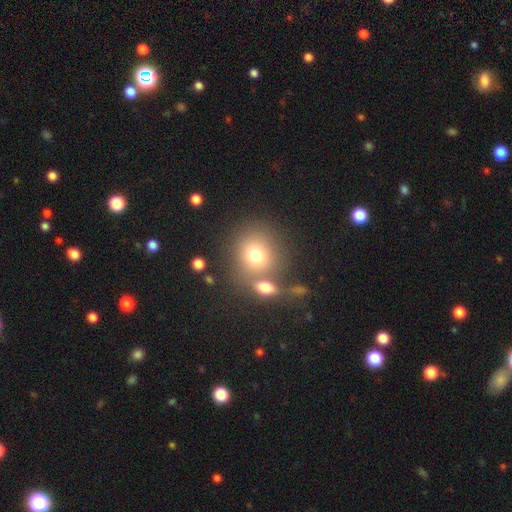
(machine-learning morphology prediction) This is likely a smooth galaxy (74%). How rounded: likely round (75%). Merging: possibly none (56%).